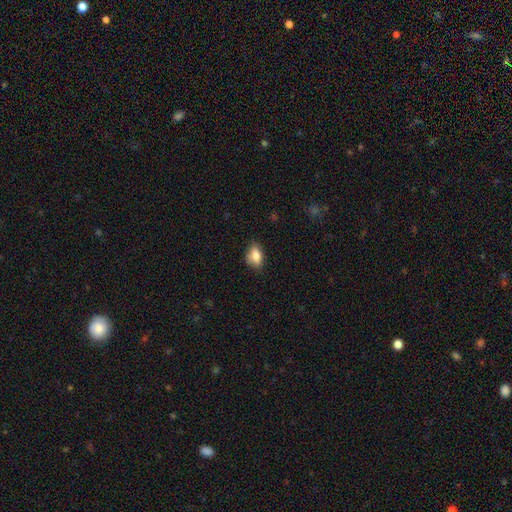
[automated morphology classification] The model was most divided on "merging": none: 67%, minor disturbance: 26%, major disturbance: 5%, merger: 2%. More confident: how rounded — in between (84%); smooth or featured — smooth (81%).